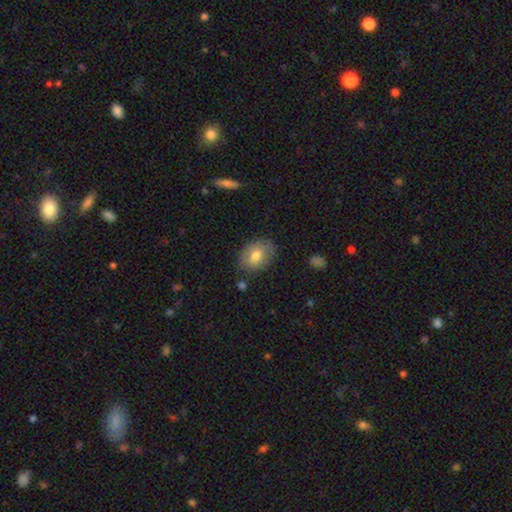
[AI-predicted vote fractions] This is likely a smooth galaxy (72%). How rounded: likely in between (68%). Merging: likely none (77%).